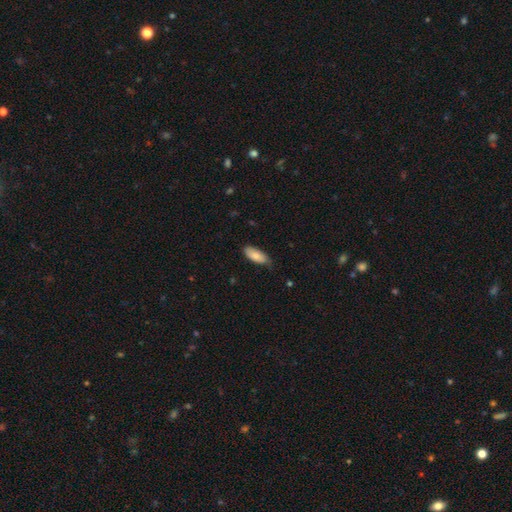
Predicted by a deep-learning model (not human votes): Smooth or featured: smooth — 83% (featured or disk — 11%)
How rounded: in between — 83% (cigar-shaped — 15%)
Merging: none — 70% (minor disturbance — 25%)